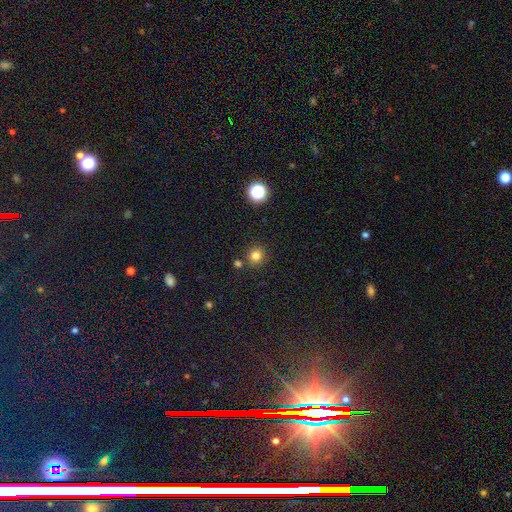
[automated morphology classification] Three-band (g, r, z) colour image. It shows a smooth galaxy with no disk features (80%) that is round (86%). Merging: none (83%).